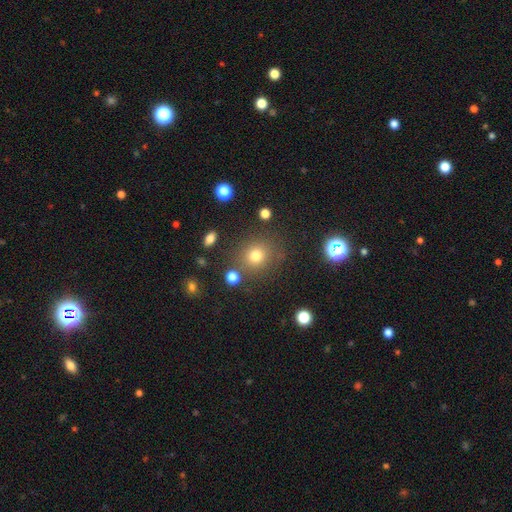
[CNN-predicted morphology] This is likely a smooth galaxy (75%). How rounded: clearly round (83%). Merging: likely none (80%).